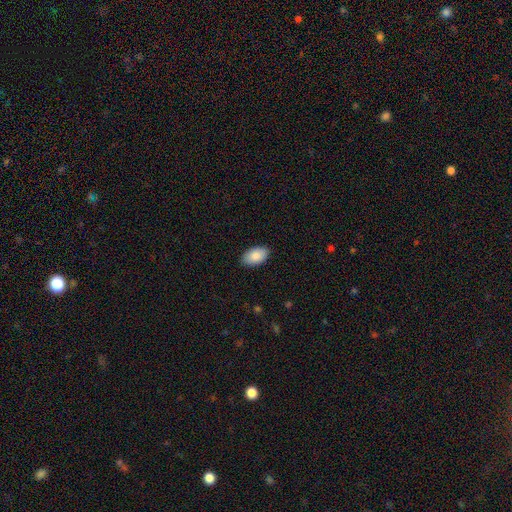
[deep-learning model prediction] Smooth or featured: smooth — 88% (featured or disk — 6%)
How rounded: in between — 94% (round — 4%)
Merging: none — 89% (minor disturbance — 9%)